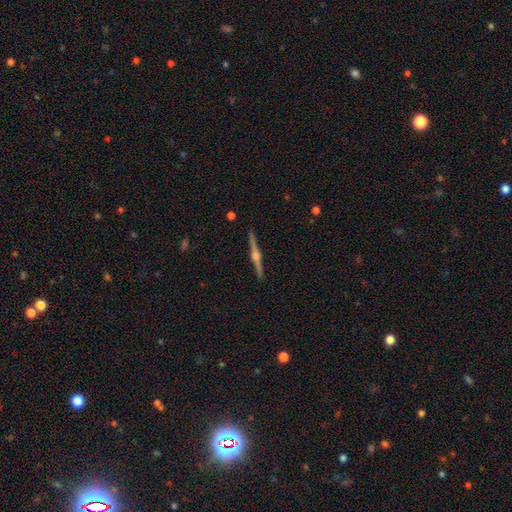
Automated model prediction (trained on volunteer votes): This is clearly a featured or disk galaxy (83%). It is clearly viewed edge-on (99%). Edge-on bulge: clearly rounded (91%). Merging: clearly none (92%).